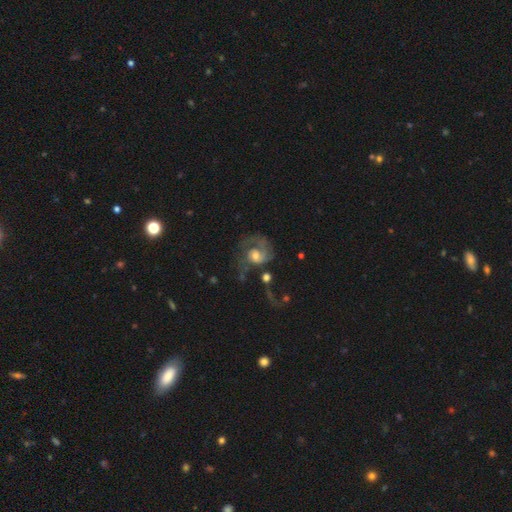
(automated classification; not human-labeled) A featured or disk galaxy (76%) with no bar (71%), 2 (39%) medium (42%) spiral arms (88%) and a moderate central bulge (64%). Merging: major disturbance (39%).